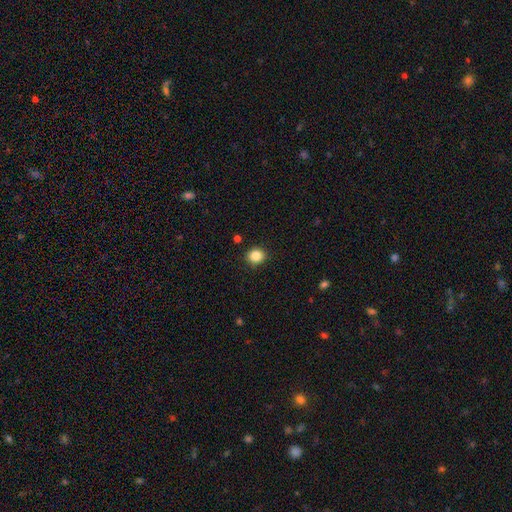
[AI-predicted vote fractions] smooth_or_featured: smooth (p=0.85) [alt: star or artifact p=0.11]
how_rounded: round (p=0.81) [alt: in between p=0.18]
merging: none (p=0.90) [alt: minor disturbance p=0.07]